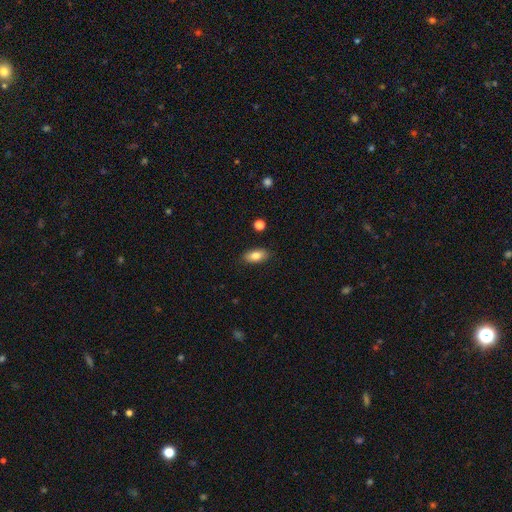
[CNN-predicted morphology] The model was most divided on "smooth or featured": smooth: 82%, featured or disk: 10%, star or artifact: 7%. More confident: how rounded — in between (89%); merging — none (87%).